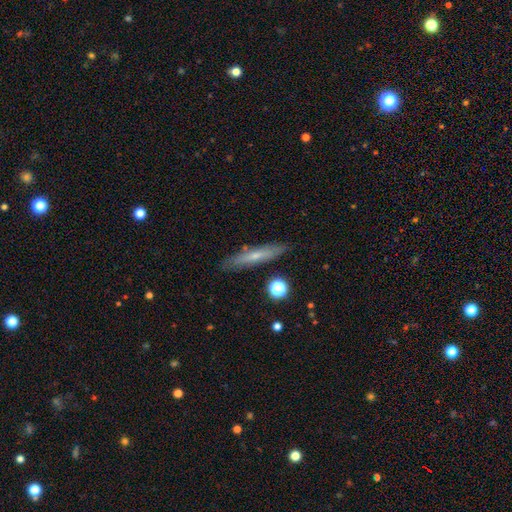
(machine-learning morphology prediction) smooth_or_featured: smooth (p=0.48) [alt: featured or disk p=0.44]
merging: none (p=0.85) [alt: minor disturbance p=0.10]